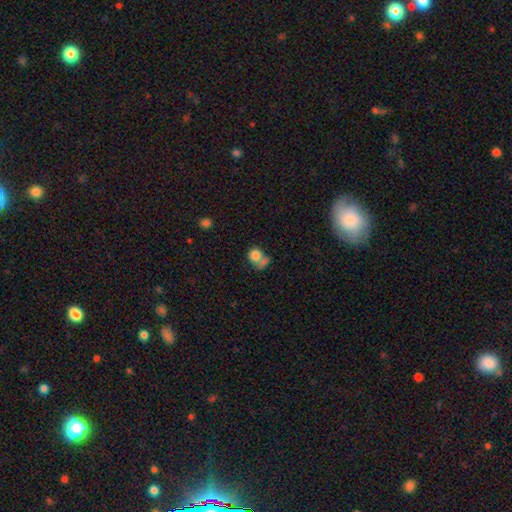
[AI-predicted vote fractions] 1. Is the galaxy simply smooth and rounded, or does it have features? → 79% smooth, 11% featured or disk, 9% star or artifact.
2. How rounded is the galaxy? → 73% round, 26% in between, 1% cigar-shaped.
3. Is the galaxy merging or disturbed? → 43% merger, 33% none, 13% minor disturbance, 11% major disturbance.